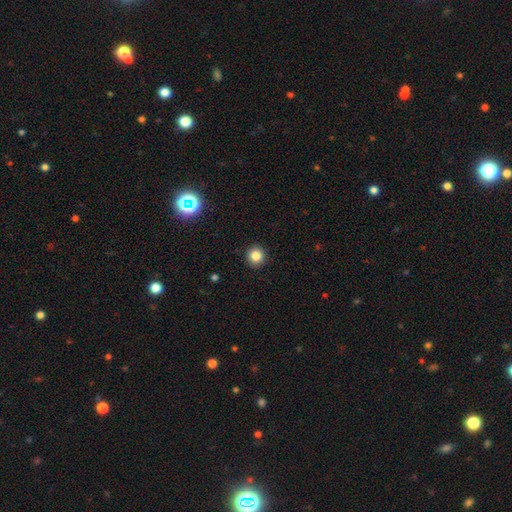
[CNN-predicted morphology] This is clearly a smooth galaxy (84%). How rounded: clearly round (94%). Merging: clearly none (92%).